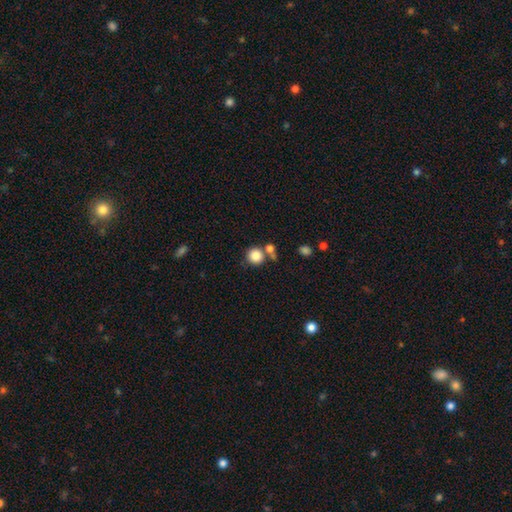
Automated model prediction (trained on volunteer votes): smooth_or_featured: smooth (p=0.84) [alt: star or artifact p=0.10]
how_rounded: round (p=0.91) [alt: in between p=0.08]
merging: none (p=0.64) [alt: merger p=0.22]